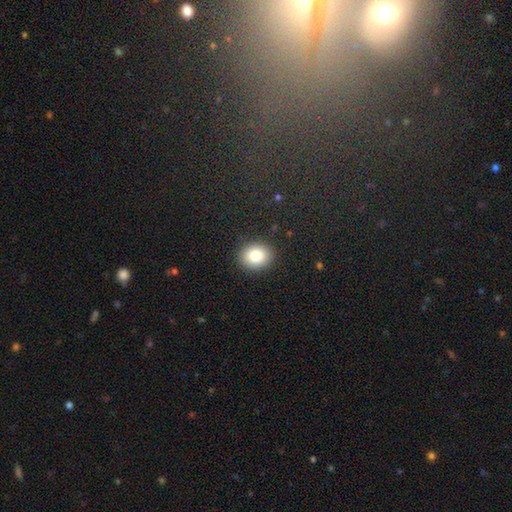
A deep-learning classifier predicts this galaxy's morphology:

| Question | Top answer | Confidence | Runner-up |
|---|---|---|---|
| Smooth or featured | smooth | 83% | star or artifact (9%) |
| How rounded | round | 60% | in between (39%) |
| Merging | none | 90% | minor disturbance (7%) |